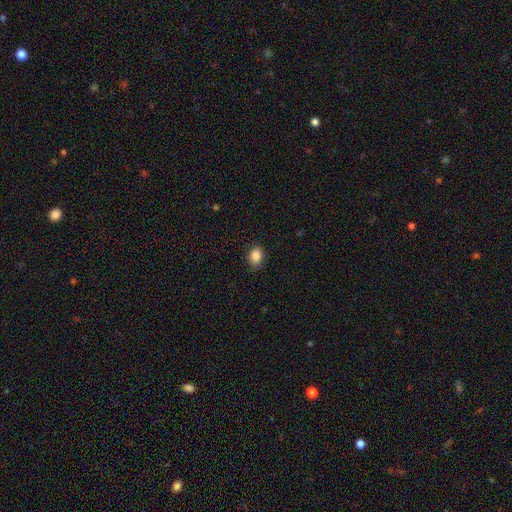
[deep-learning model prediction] The model was most divided on "how rounded": in between: 64%, round: 35%, cigar-shaped: 1%. More confident: smooth or featured — smooth (86%); merging — none (85%).